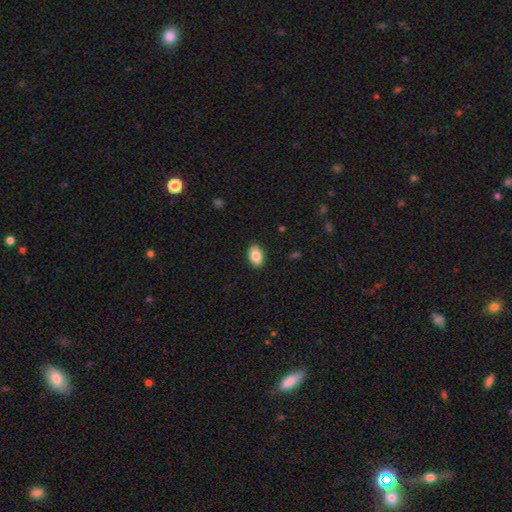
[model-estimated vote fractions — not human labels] The model was most divided on "smooth or featured": smooth: 86%, star or artifact: 7%, featured or disk: 7%. More confident: how rounded — in between (89%); merging — none (89%).